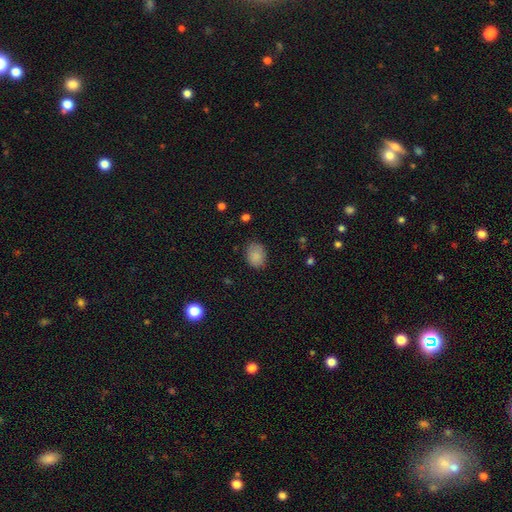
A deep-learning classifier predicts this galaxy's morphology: smooth 86%, star or artifact 9%, featured or disk 5%. Down the decision tree: how rounded — in between (65%); merging — none (78%).